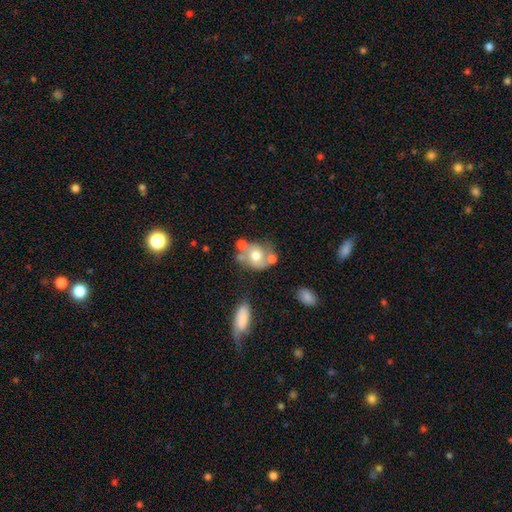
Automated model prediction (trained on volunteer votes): Smooth or featured? Predicted: smooth (p=0.53). How rounded? Predicted: round (p=0.60). Merging? Predicted: none (p=0.44).